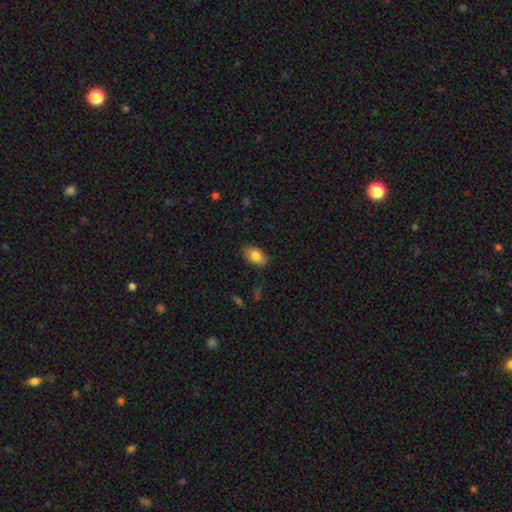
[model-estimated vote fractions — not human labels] Smooth or featured?
  - smooth: 83% *
  - featured or disk: 10%
  - star or artifact: 7%
How rounded?
  - in between: 91% *
  - round: 7%
  - cigar-shaped: 2%
Merging?
  - none: 86% *
  - minor disturbance: 10%
  - major disturbance: 2%
  - merger: 1%